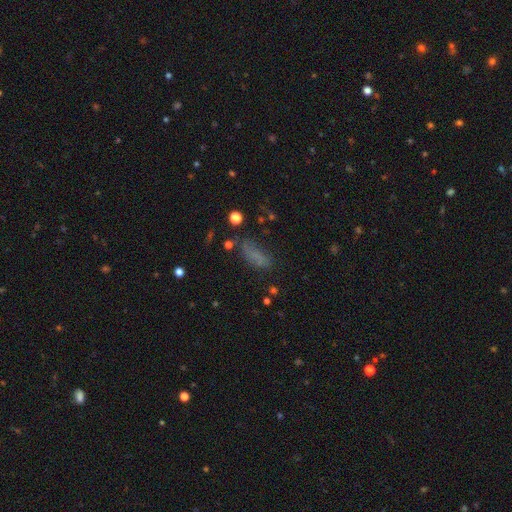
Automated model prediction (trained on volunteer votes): A smooth galaxy with no disk features (67%) that is in between round and cigar-shaped (65%).

Vote fractions:
- Smooth or featured? smooth: 67% / star or artifact: 19% / featured or disk: 14%
- How rounded? in between: 65% / cigar-shaped: 31% / round: 5%
- Merging? none: 55% / minor disturbance: 24% / major disturbance: 16% / merger: 5%